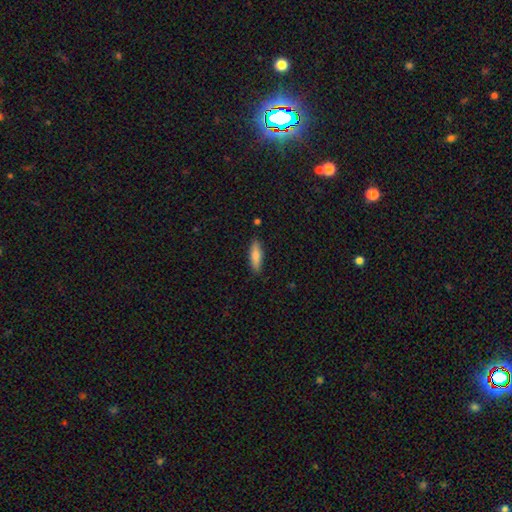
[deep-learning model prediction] smooth_or_featured: smooth (p=0.79) [alt: featured or disk p=0.15]
how_rounded: cigar-shaped (p=0.58) [alt: in between p=0.40]
merging: none (p=0.86) [alt: minor disturbance p=0.10]